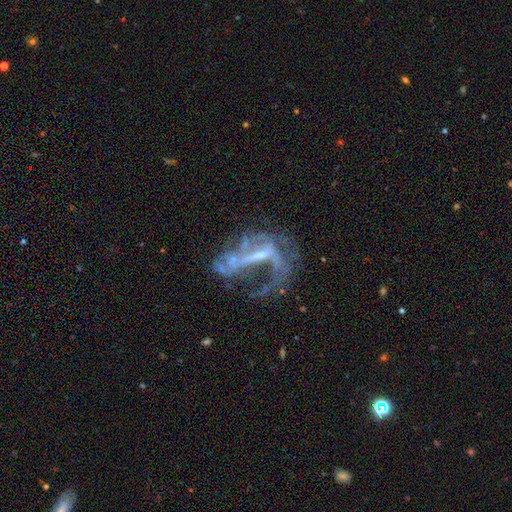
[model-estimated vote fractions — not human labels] Smooth or featured? featured or disk (74%)
Edge-on disk? no (92%)
Bar? strong (37%)
Spiral arms? yes (52%)
Bulge size? none (39%, tied with small)
Merging? major disturbance (46%)